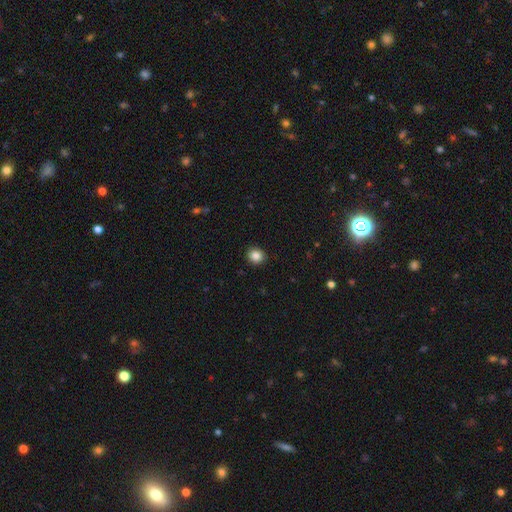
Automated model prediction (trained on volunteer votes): Smooth or featured?
  - smooth: 86% *
  - star or artifact: 10%
  - featured or disk: 4%
How rounded?
  - round: 85% *
  - in between: 15%
  - cigar-shaped: 1%
Merging?
  - none: 92% *
  - minor disturbance: 6%
  - major disturbance: 2%
  - merger: 1%